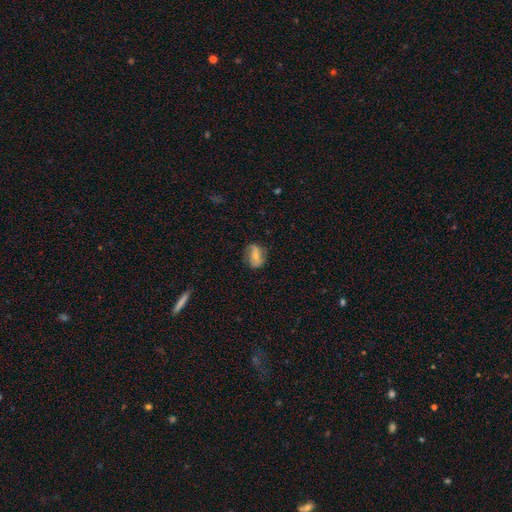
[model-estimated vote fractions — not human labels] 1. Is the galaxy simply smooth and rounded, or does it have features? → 47% featured or disk, 45% smooth, 8% star or artifact.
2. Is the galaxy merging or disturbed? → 67% none, 23% minor disturbance, 8% major disturbance, 1% merger.